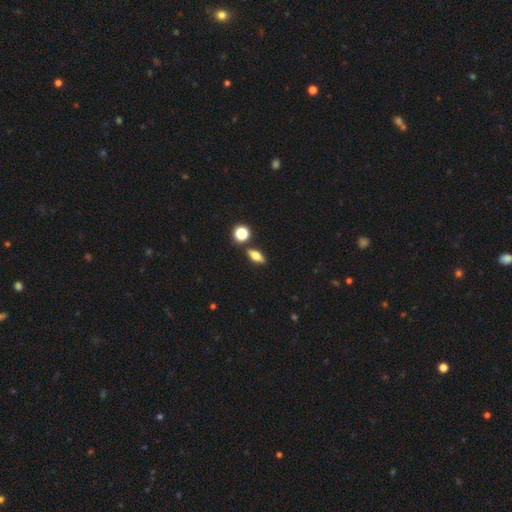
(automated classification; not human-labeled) Smooth or featured? Predicted: smooth (p=0.62). How rounded? Predicted: in between (p=0.69). Merging? Predicted: none (p=0.83).